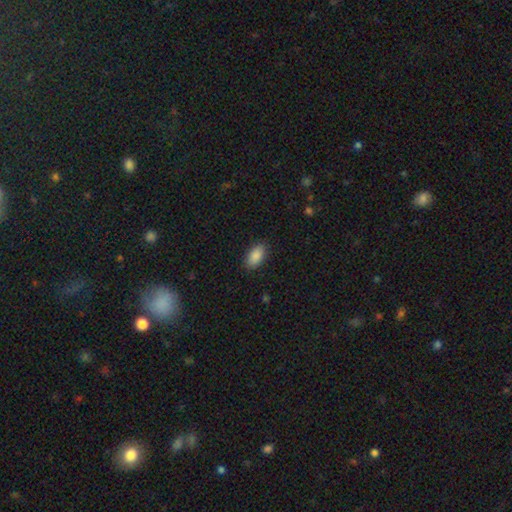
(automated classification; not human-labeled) A smooth galaxy with no disk features (89%) that is in between round and cigar-shaped (93%).

Vote fractions:
- Smooth or featured? smooth: 89% / star or artifact: 7% / featured or disk: 4%
- How rounded? in between: 93% / cigar-shaped: 3% / round: 3%
- Merging? none: 88% / minor disturbance: 9% / major disturbance: 2% / merger: 1%